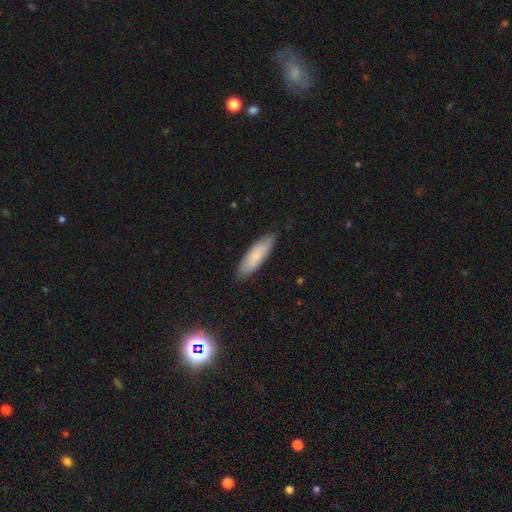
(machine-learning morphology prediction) The model was most divided on "how rounded": cigar-shaped: 58%, in between: 41%, round: 2%. More confident: merging — none (85%); smooth or featured — smooth (77%).